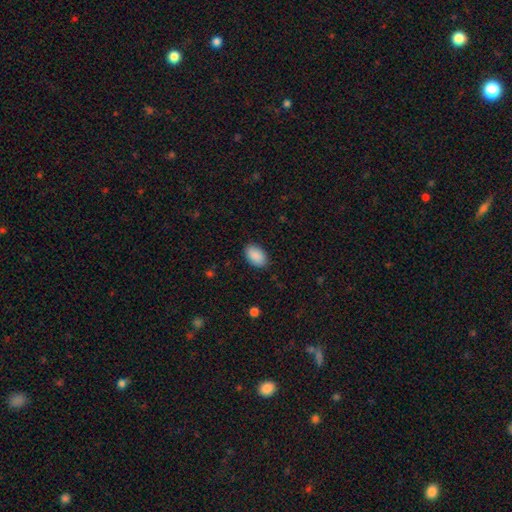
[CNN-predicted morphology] smooth-or-featured: smooth: 90% | star or artifact: 7% | featured or disk: 3%
  how-rounded: in between: 93% | round: 5% | cigar-shaped: 1%
  merging: none: 87% | minor disturbance: 10% | major disturbance: 2% | merger: 1%